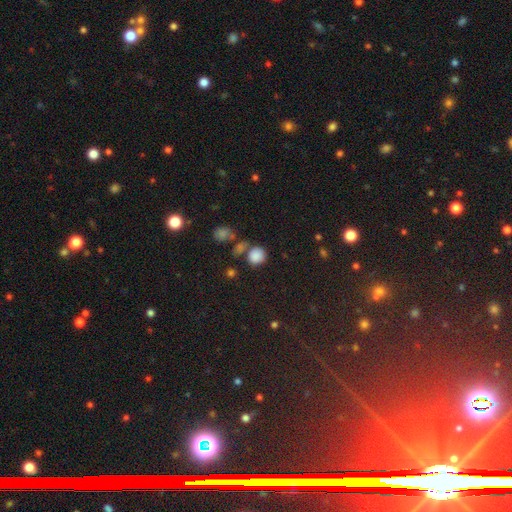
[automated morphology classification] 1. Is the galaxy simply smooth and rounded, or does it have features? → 82% smooth, 13% star or artifact, 5% featured or disk.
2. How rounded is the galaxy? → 83% round, 15% in between, 1% cigar-shaped.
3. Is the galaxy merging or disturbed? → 64% none, 16% merger, 14% minor disturbance, 6% major disturbance.